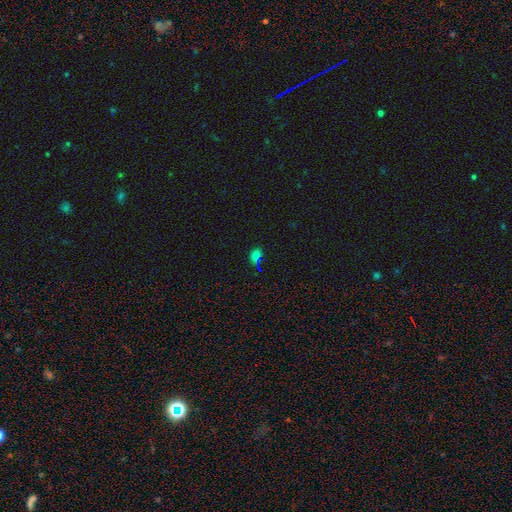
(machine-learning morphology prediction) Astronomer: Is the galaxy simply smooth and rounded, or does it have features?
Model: smooth — 50% (runner-up: star or artifact, 43%).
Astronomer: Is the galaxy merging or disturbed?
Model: none — 78%.